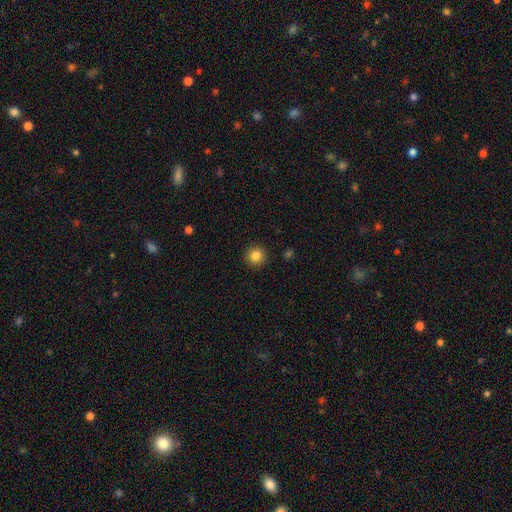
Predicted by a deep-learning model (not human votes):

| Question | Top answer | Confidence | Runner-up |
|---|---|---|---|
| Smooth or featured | smooth | 84% | star or artifact (11%) |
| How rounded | round | 94% | in between (5%) |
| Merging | none | 92% | minor disturbance (5%) |